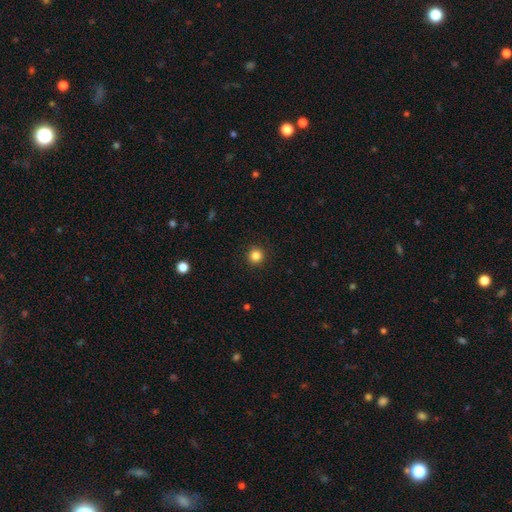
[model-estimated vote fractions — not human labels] Smooth or featured?
  - smooth: 84% *
  - star or artifact: 12%
  - featured or disk: 4%
How rounded?
  - round: 95% *
  - in between: 4%
  - cigar-shaped: 1%
Merging?
  - none: 92% *
  - minor disturbance: 5%
  - major disturbance: 2%
  - merger: 1%